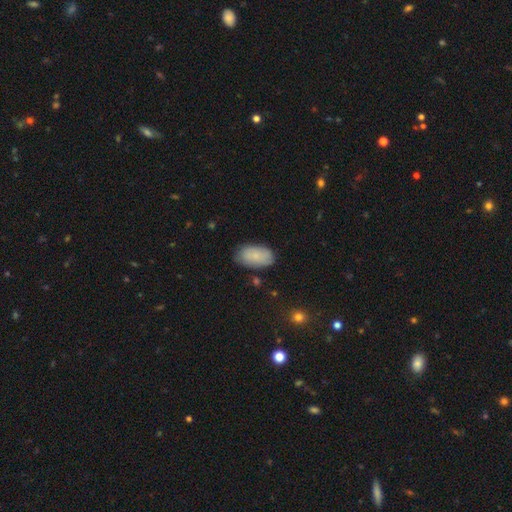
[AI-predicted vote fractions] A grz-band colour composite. It shows a smooth galaxy with no disk features (80%) that is in between round and cigar-shaped (94%). Merging: none (75%).